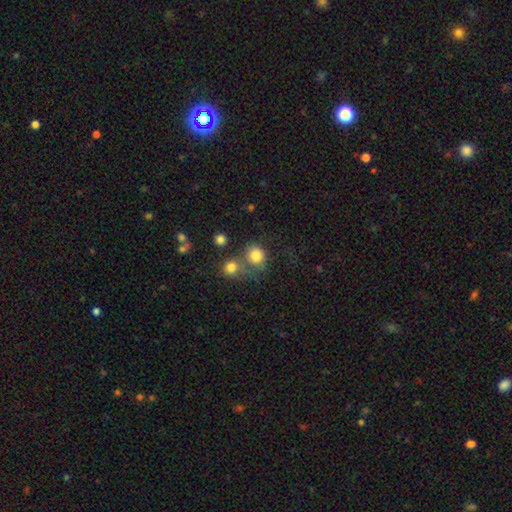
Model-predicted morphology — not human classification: smooth-or-featured: smooth: 82% | star or artifact: 10% | featured or disk: 8%
  how-rounded: round: 81% | in between: 18% | cigar-shaped: 1%
  merging: none: 43% | merger: 34% | minor disturbance: 13% | major disturbance: 10%